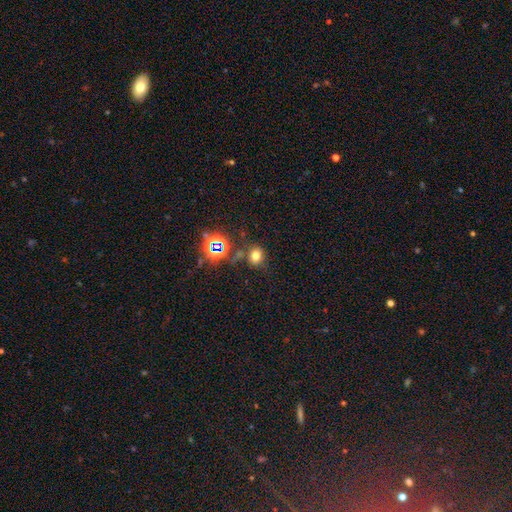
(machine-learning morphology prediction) smooth_or_featured: smooth (p=0.66) [alt: star or artifact p=0.25]
how_rounded: round (p=0.56) [alt: in between p=0.43]
merging: none (p=0.72) [alt: minor disturbance p=0.14]